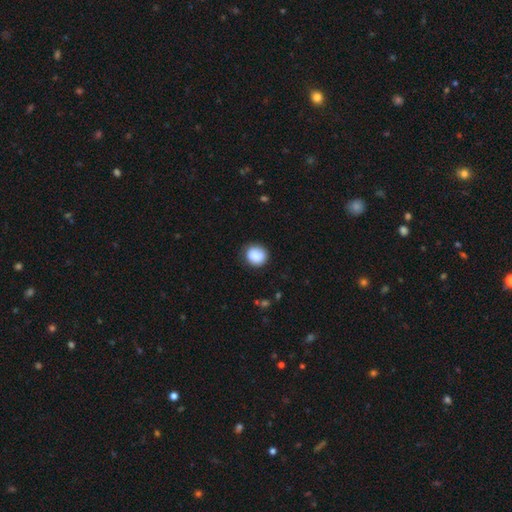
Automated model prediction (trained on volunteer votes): Smooth or featured?
  - smooth: 87% *
  - star or artifact: 8%
  - featured or disk: 6%
How rounded?
  - round: 82% *
  - in between: 17%
  - cigar-shaped: 1%
Merging?
  - none: 79% *
  - minor disturbance: 15%
  - major disturbance: 4%
  - merger: 2%